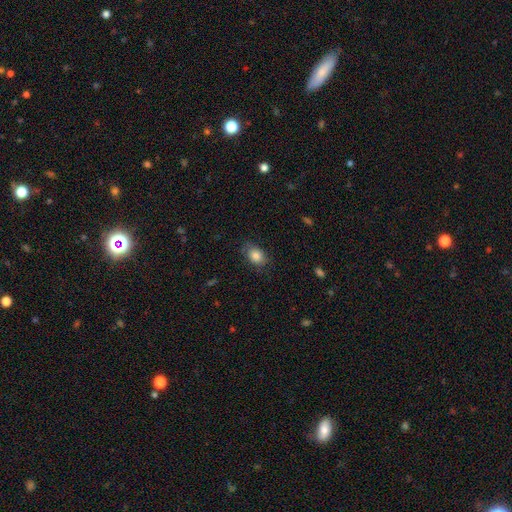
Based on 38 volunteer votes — A smooth galaxy with no disk features (87%) that is in between round and cigar-shaped (85%). Merging: none (75%).